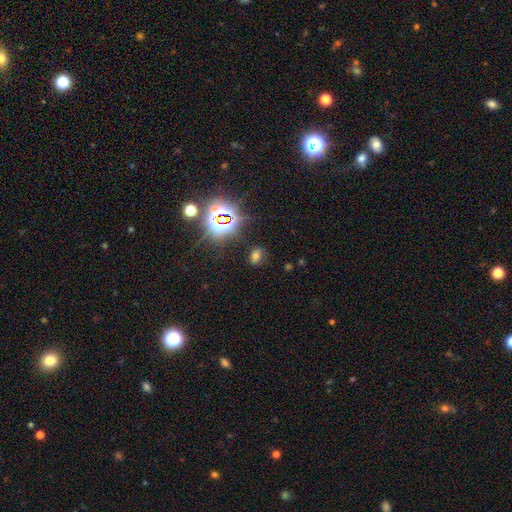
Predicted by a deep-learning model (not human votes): Morphology: type=smooth (50%); roundness=in between (79%); merging=none (80%).